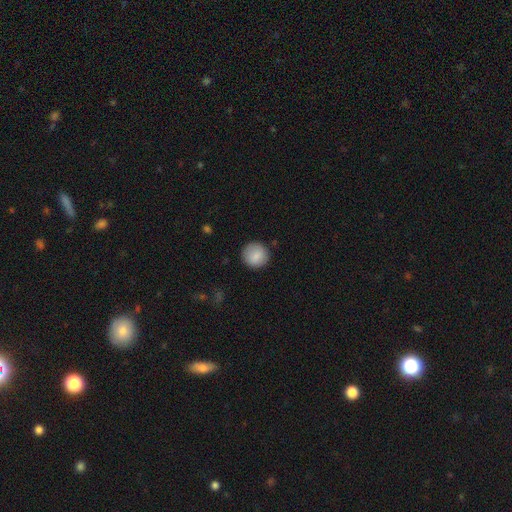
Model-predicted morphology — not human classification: type=smooth (86%); roundness=round (93%); merging=none (87%).